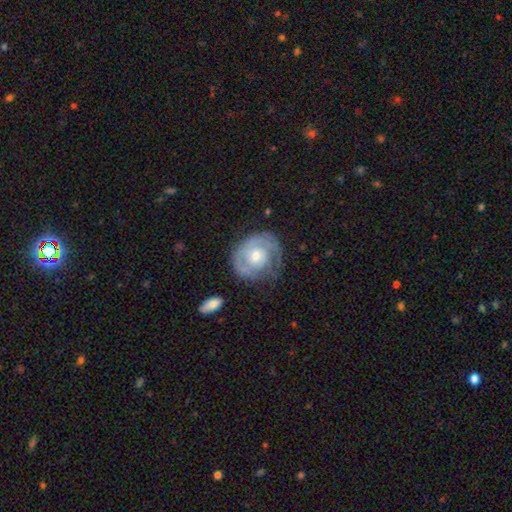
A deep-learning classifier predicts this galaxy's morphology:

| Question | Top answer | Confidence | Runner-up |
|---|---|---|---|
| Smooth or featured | featured or disk | 80% | smooth (15%) |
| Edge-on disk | no | 97% | yes (3%) |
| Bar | no | 76% | weak (21%) |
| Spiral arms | yes | 91% | no (9%) |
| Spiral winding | tight | 70% | medium (23%) |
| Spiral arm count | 2 | 39% | can't tell (24%) |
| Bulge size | moderate | 63% | small (30%) |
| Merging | none | 68% | minor disturbance (20%) |